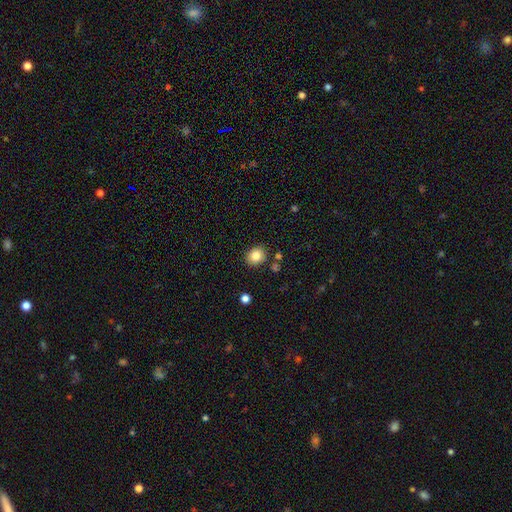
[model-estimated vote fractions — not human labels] Morphology: type=smooth (82%); roundness=round (65%); merging=none (85%).